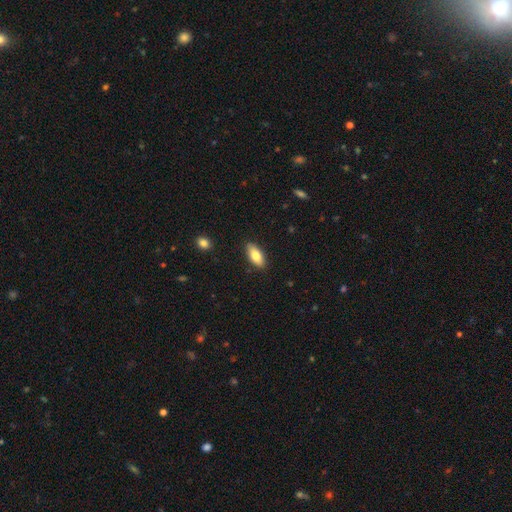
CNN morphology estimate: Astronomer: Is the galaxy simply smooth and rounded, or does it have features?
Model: smooth — 79%.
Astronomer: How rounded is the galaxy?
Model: in between — 85%.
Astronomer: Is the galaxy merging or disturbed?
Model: none — 87%.